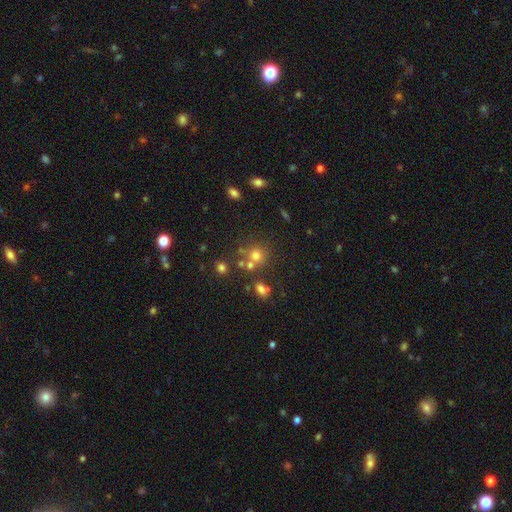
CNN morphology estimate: Q: Smooth or featured?
A: smooth (65%); runner-up: star or artifact (21%)
Q: How rounded?
A: round (85%); runner-up: in between (14%)
Q: Merging?
A: none (59%); runner-up: merger (25%)